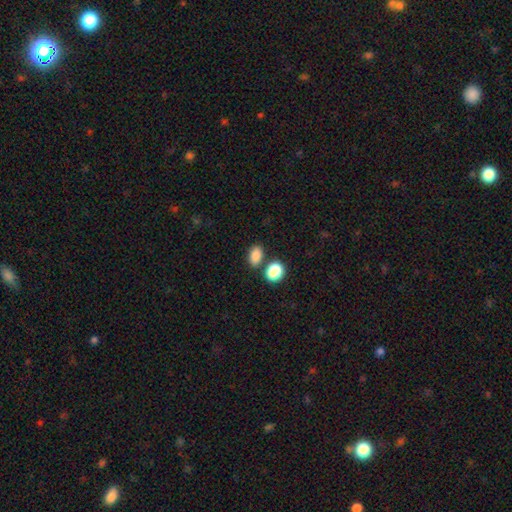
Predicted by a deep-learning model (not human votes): Smooth or featured? Predicted: smooth (p=0.85). How rounded? Predicted: in between (p=0.77). Merging? Predicted: none (p=0.70).